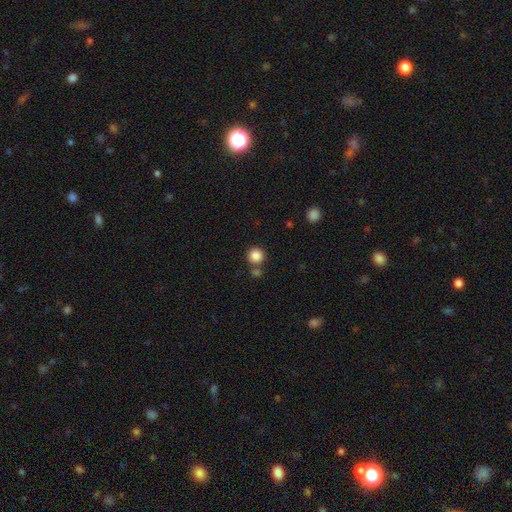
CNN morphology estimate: A smooth galaxy with no disk features (85%) that is round (94%).

Vote fractions:
- Smooth or featured? smooth: 85% / star or artifact: 10% / featured or disk: 4%
- How rounded? round: 94% / in between: 5% / cigar-shaped: 1%
- Merging? none: 74% / merger: 15% / minor disturbance: 8% / major disturbance: 3%